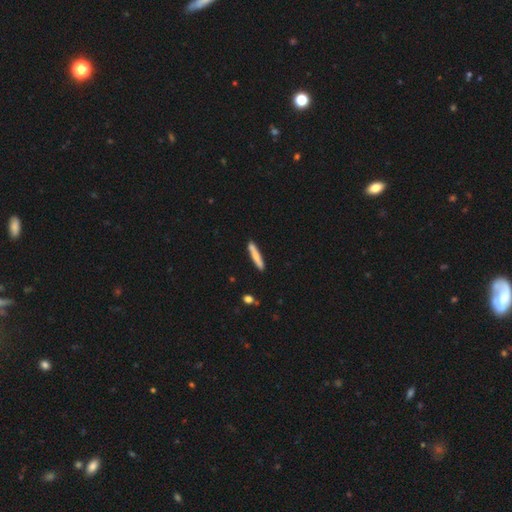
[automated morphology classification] type=smooth (71%); roundness=cigar-shaped (93%); merging=none (84%).